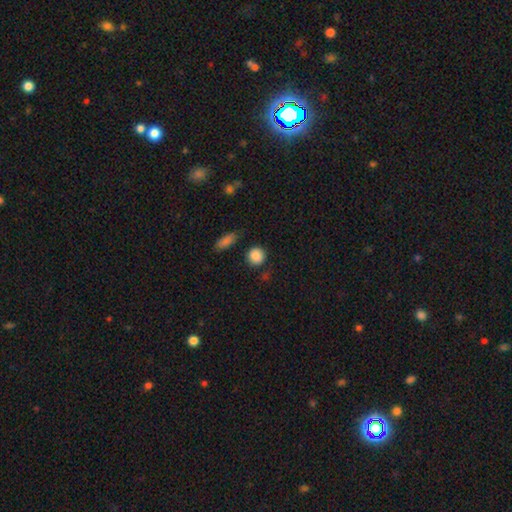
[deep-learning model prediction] smooth_or_featured: smooth (p=0.87) [alt: star or artifact p=0.09]
how_rounded: round (p=0.89) [alt: in between p=0.10]
merging: none (p=0.82) [alt: minor disturbance p=0.11]